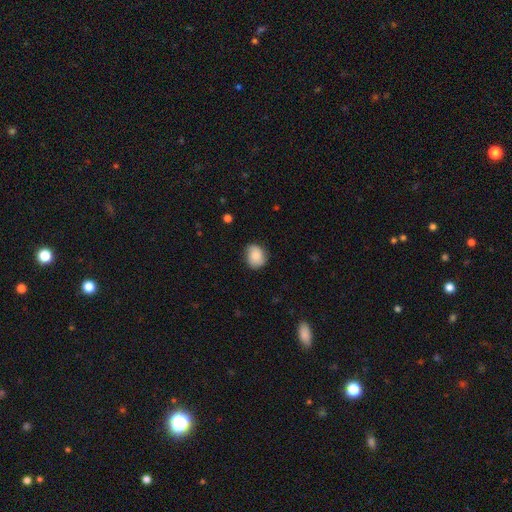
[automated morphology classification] A smooth galaxy with no disk features (72%) that is round (64%). Merging: none (76%).